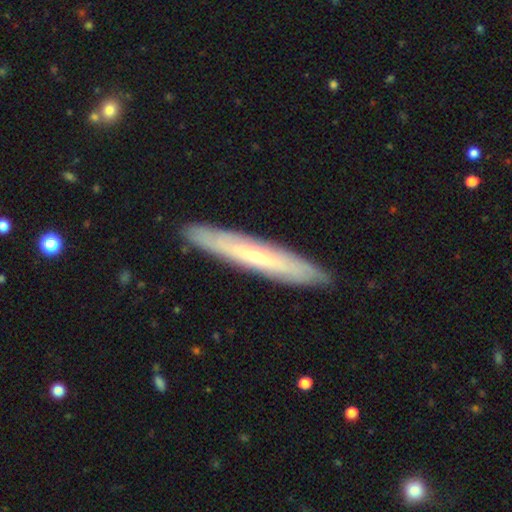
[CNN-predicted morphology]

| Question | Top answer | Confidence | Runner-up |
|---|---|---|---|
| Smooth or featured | featured or disk | 58% | smooth (35%) |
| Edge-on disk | yes | 72% | no (28%) |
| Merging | none | 90% | minor disturbance (8%) |